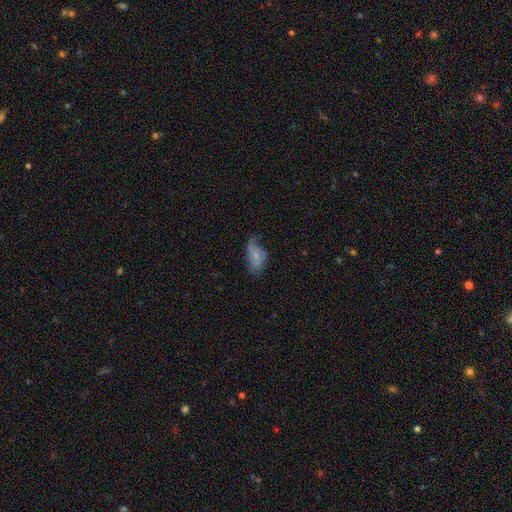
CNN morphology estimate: The model was most divided on "merging": minor disturbance: 37%, none: 36%, major disturbance: 24%, merger: 3%. Remaining: smooth or featured — smooth (49%).